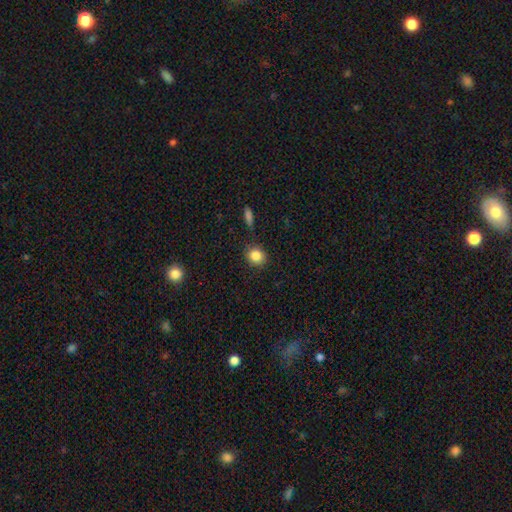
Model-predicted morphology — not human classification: smooth_or_featured: smooth (p=0.84) [alt: star or artifact p=0.10]
how_rounded: round (p=0.78) [alt: in between p=0.21]
merging: none (p=0.85) [alt: minor disturbance p=0.10]